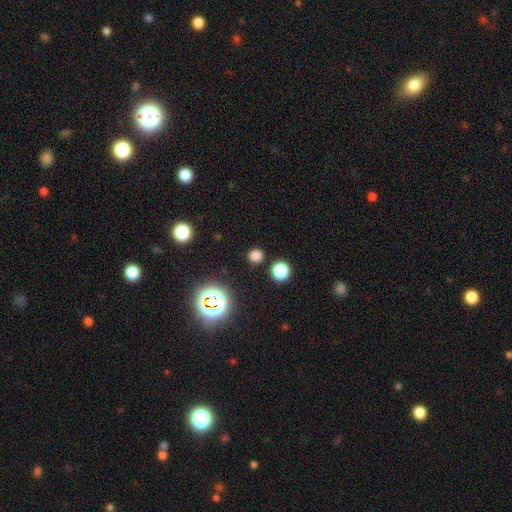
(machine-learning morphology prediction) This is likely a smooth galaxy (71%). How rounded: clearly round (91%). Merging: clearly none (87%).